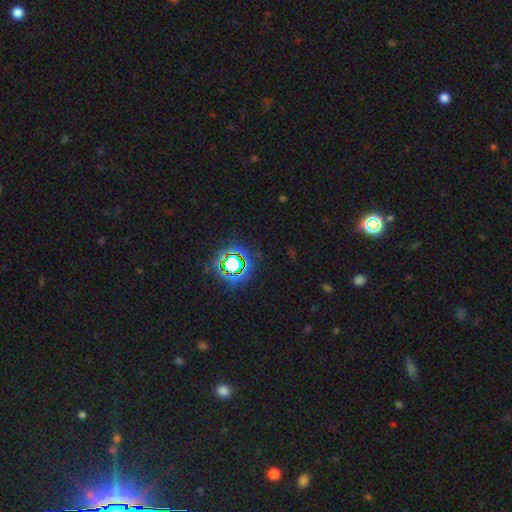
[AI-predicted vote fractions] smooth-or-featured: star or artifact: 75% | smooth: 16% | featured or disk: 8%